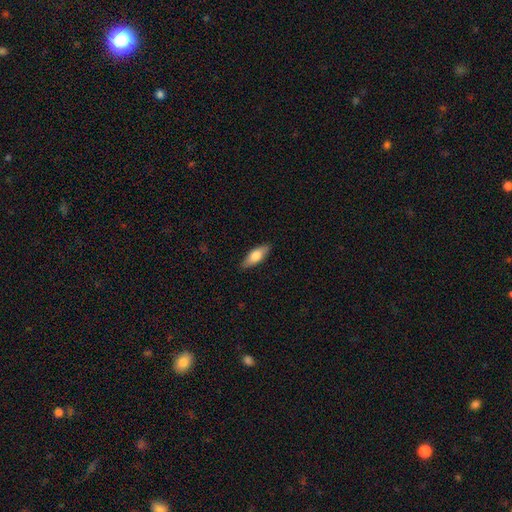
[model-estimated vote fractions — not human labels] smooth-or-featured: smooth: 70% | featured or disk: 24% | star or artifact: 6%
  how-rounded: in between: 69% | cigar-shaped: 28% | round: 2%
  merging: none: 87% | minor disturbance: 10% | major disturbance: 2% | merger: 1%